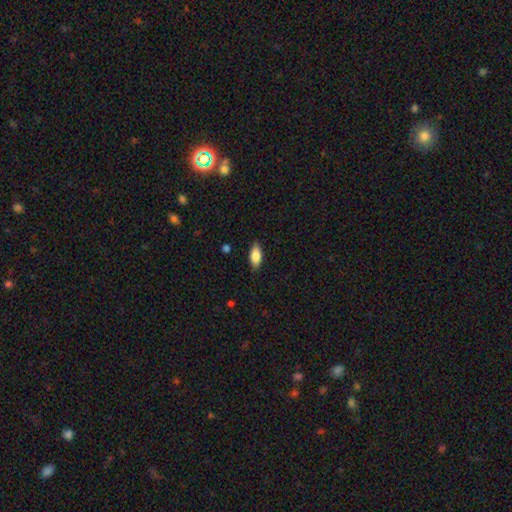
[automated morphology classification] Smooth or featured: smooth — 81% (featured or disk — 12%)
How rounded: in between — 85% (cigar-shaped — 13%)
Merging: none — 86% (minor disturbance — 10%)